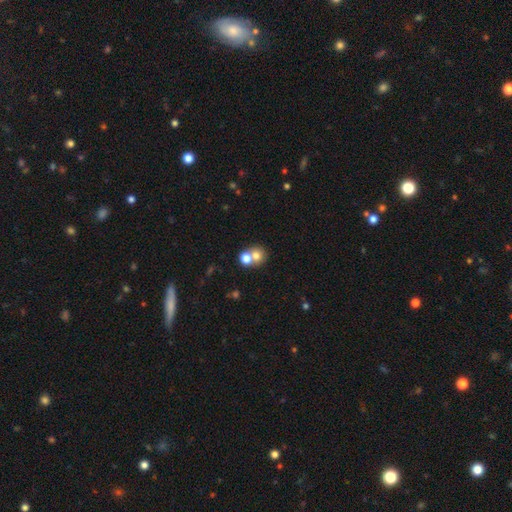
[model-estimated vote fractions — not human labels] smooth_or_featured: smooth (p=0.72) [alt: featured or disk p=0.16]
how_rounded: round (p=0.79) [alt: in between p=0.20]
merging: merger (p=0.51) [alt: none p=0.40]